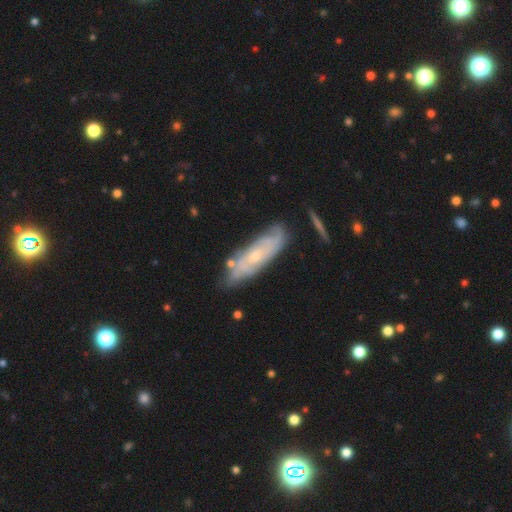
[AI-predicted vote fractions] A featured or disk galaxy (69%) with no bar (76%), spiral arms (81%) and a small central bulge (70%). Merging: none (70%).